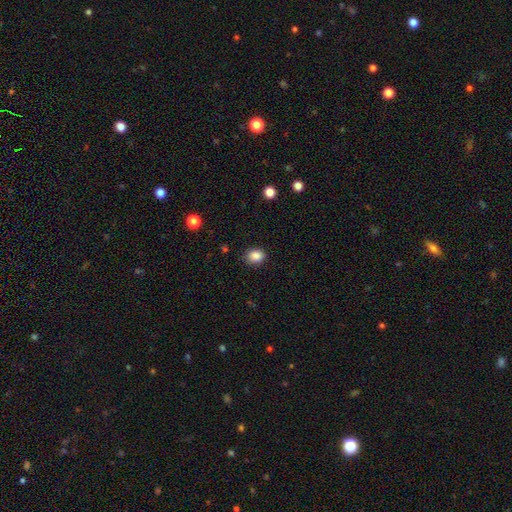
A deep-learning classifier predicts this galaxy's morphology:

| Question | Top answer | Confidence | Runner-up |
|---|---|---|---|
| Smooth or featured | smooth | 87% | star or artifact (9%) |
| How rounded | in between | 53% | round (46%) |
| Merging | none | 84% | minor disturbance (12%) |